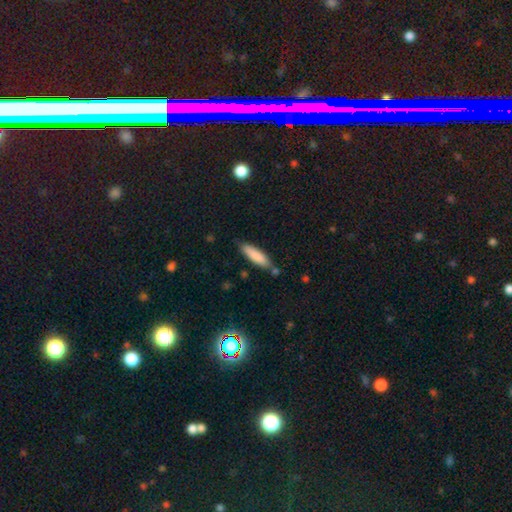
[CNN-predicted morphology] Q: Smooth or featured?
A: smooth (84%); runner-up: featured or disk (10%)
Q: How rounded?
A: cigar-shaped (67%); runner-up: in between (31%)
Q: Merging?
A: none (72%); runner-up: minor disturbance (17%)